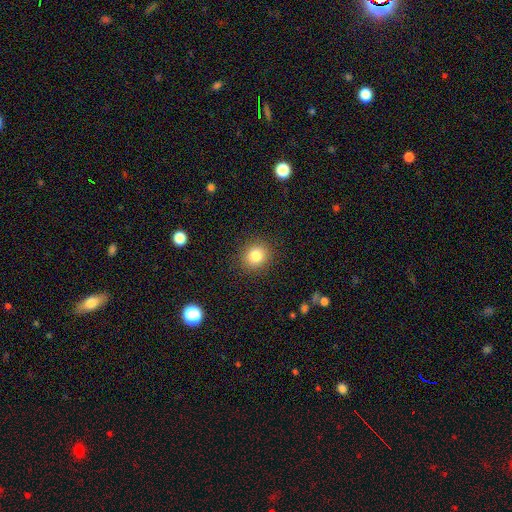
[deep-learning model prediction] This is clearly a smooth galaxy (83%). How rounded: clearly round (84%). Merging: clearly none (89%).